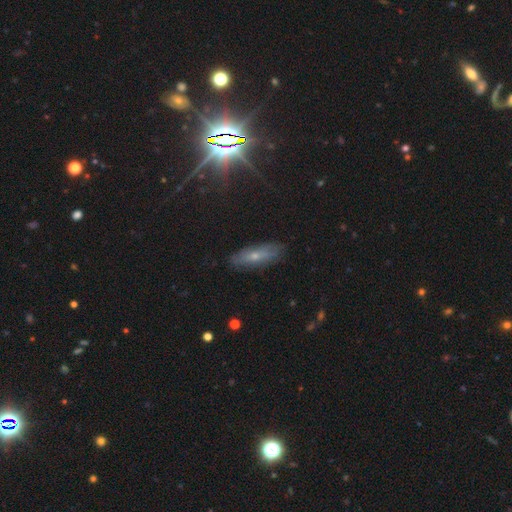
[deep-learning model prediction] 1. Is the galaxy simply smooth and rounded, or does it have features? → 48% smooth, 39% featured or disk, 13% star or artifact.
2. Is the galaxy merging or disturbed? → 82% none, 13% minor disturbance, 3% major disturbance, 1% merger.